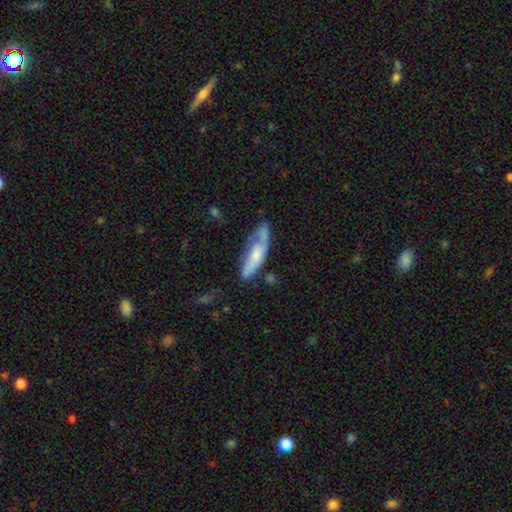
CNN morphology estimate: Smooth or featured? Predicted: smooth (p=0.49). Merging? Predicted: none (p=0.44).